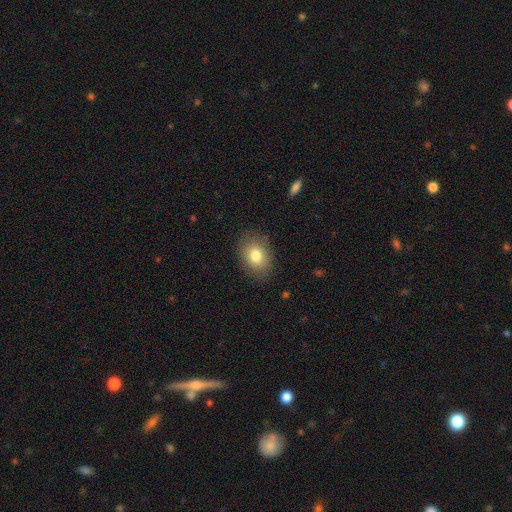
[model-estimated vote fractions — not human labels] This is likely a smooth galaxy (79%). How rounded: likely in between (68%). Merging: clearly none (84%).